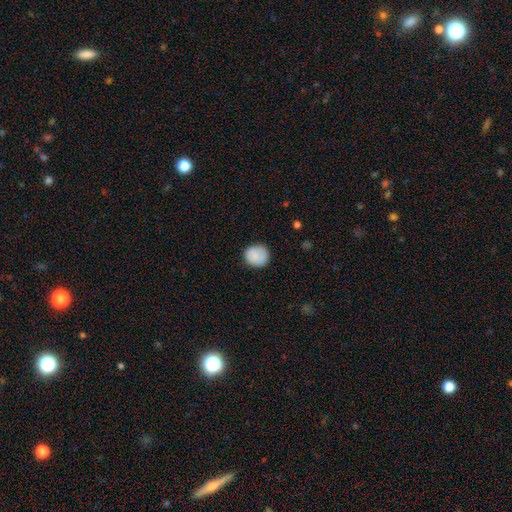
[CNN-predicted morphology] Overall: smooth (86%). How rounded: round (87%). Merging: none (85%).